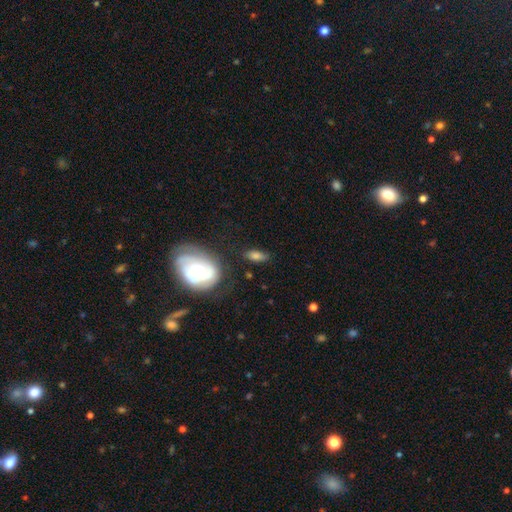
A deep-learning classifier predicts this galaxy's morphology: A smooth galaxy with no disk features (51%) that is in between round and cigar-shaped (80%).

Vote fractions:
- Smooth or featured? smooth: 51% / featured or disk: 39% / star or artifact: 10%
- How rounded? in between: 80% / round: 11% / cigar-shaped: 9%
- Merging? none: 63% / minor disturbance: 22% / major disturbance: 9% / merger: 6%